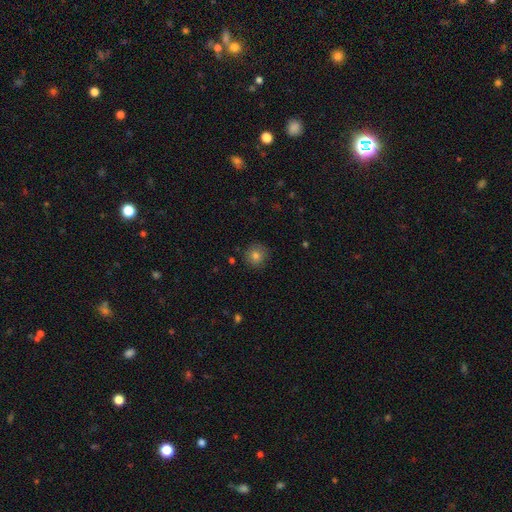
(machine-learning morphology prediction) Overall: smooth (79%). How rounded: round (93%). Merging: none (88%).